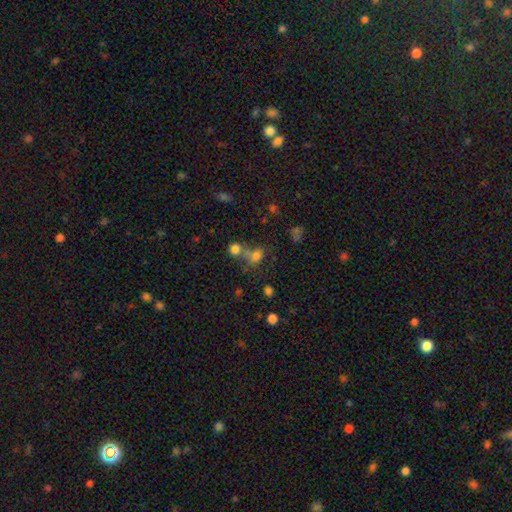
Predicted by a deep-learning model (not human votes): A smooth galaxy with no disk features (70%) that is in between round and cigar-shaped (53%).

Vote fractions:
- Smooth or featured? smooth: 70% / star or artifact: 20% / featured or disk: 11%
- How rounded? in between: 53% / round: 45% / cigar-shaped: 2%
- Merging? none: 43% / merger: 38% / minor disturbance: 11% / major disturbance: 7%